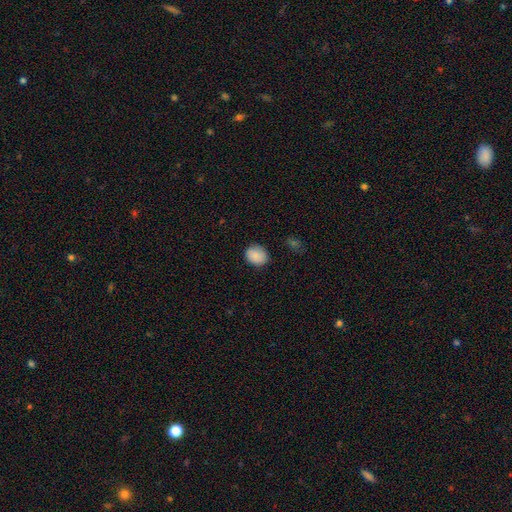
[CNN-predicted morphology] type=smooth (87%); roundness=round (61%); merging=none (83%).